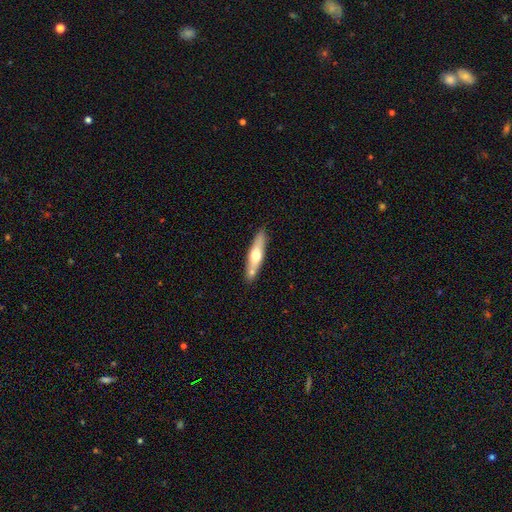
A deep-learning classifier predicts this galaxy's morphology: Smooth or featured?
  - smooth: 51% *
  - featured or disk: 44%
  - star or artifact: 5%
How rounded?
  - cigar-shaped: 76% *
  - in between: 22%
  - round: 2%
Merging?
  - none: 77% *
  - minor disturbance: 12%
  - merger: 9%
  - major disturbance: 2%